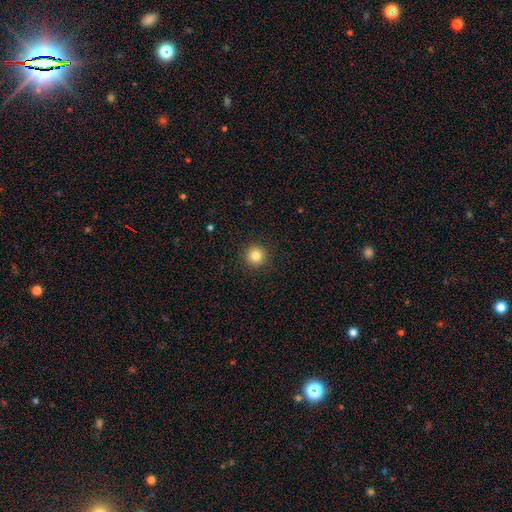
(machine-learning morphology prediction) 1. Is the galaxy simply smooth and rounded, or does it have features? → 82% smooth, 12% star or artifact, 6% featured or disk.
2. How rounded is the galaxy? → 96% round, 3% in between, 1% cigar-shaped.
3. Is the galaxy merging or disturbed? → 92% none, 5% minor disturbance, 2% major disturbance, 1% merger.